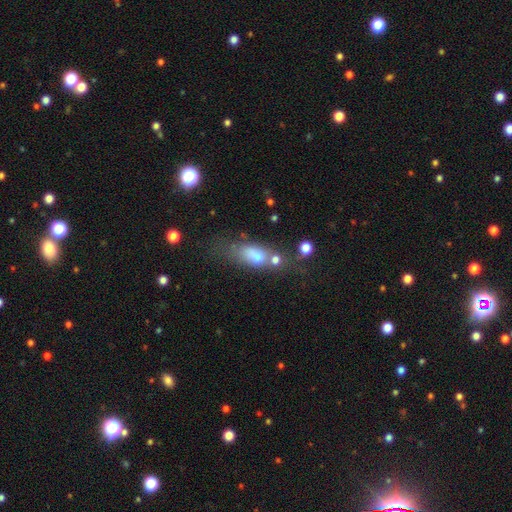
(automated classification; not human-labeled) Smooth or featured: smooth — 64% (featured or disk — 24%)
How rounded: in between — 69% (cigar-shaped — 18%)
Merging: merger — 34% (none — 31%)